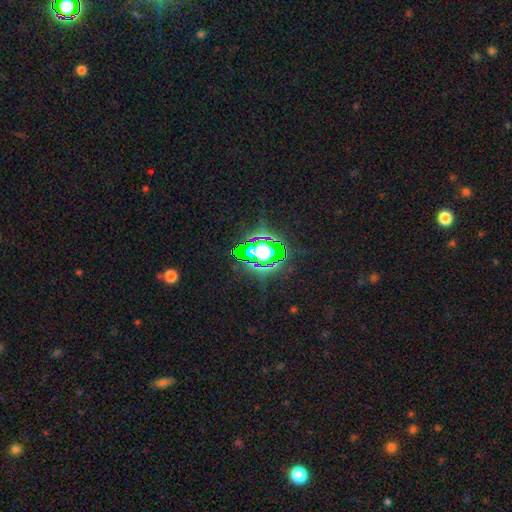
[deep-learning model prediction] smooth-or-featured: star or artifact: 65% | smooth: 18% | featured or disk: 18%